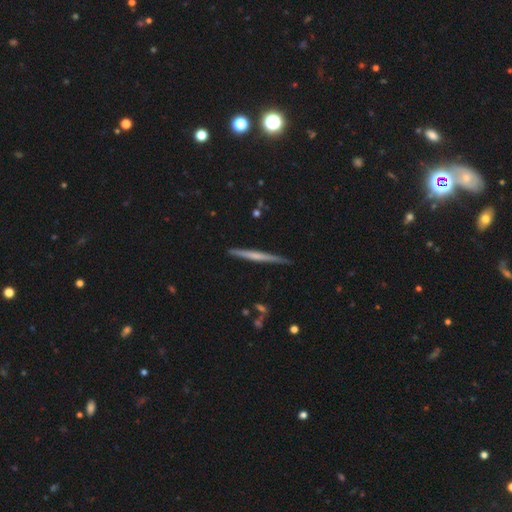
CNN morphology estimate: Overall: featured or disk (57%; smooth 38%). Edge-on disk: yes (97%). Edge-on bulge: none (63%; rounded 29%). Merging: none (87%).